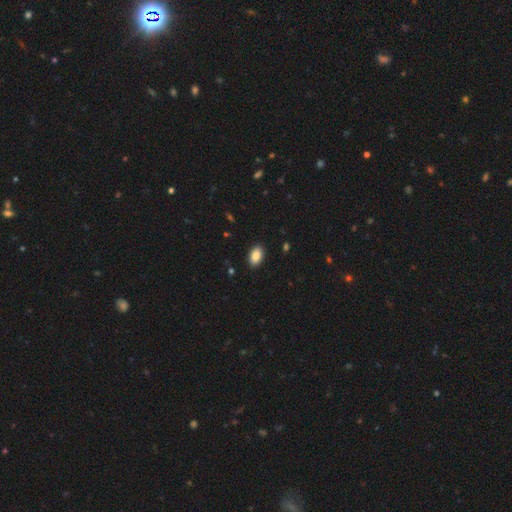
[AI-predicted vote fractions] smooth 87%, star or artifact 8%, featured or disk 5%. Down the decision tree: how rounded — in between (91%); merging — none (90%).